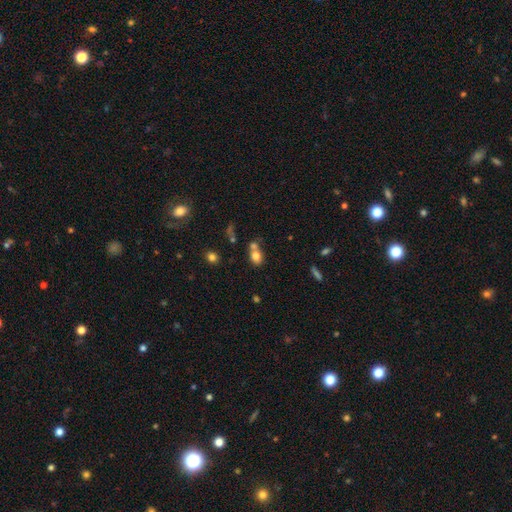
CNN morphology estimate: smooth-or-featured: smooth: 76% | star or artifact: 12% | featured or disk: 12%
  how-rounded: in between: 52% | round: 46% | cigar-shaped: 2%
  merging: merger: 45% | none: 39% | minor disturbance: 11% | major disturbance: 5%